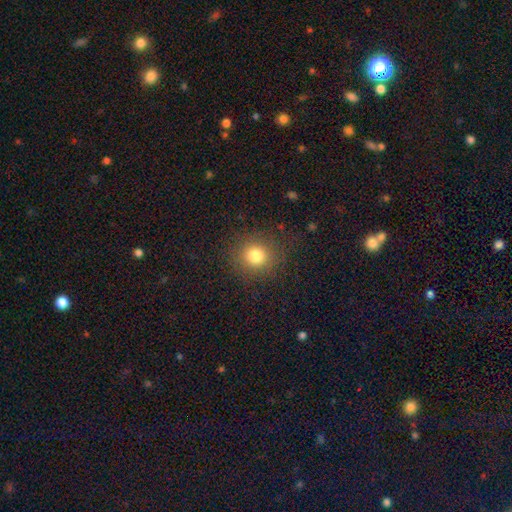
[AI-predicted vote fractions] The model was most divided on "smooth or featured": smooth: 79%, star or artifact: 14%, featured or disk: 7%. More confident: how rounded — round (89%); merging — none (86%).